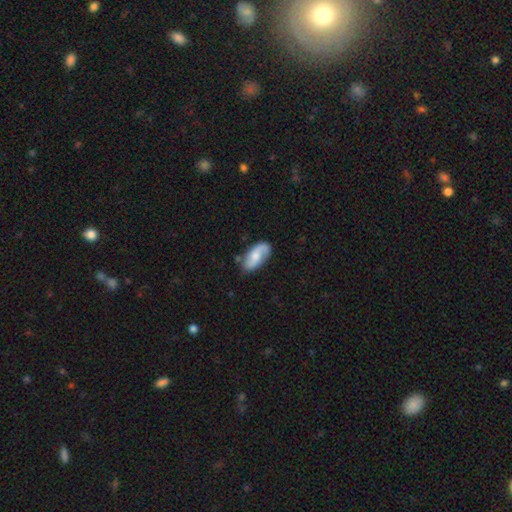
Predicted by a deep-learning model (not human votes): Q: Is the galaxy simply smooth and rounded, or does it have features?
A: featured or disk — 48%.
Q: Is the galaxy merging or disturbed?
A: none — 69%.